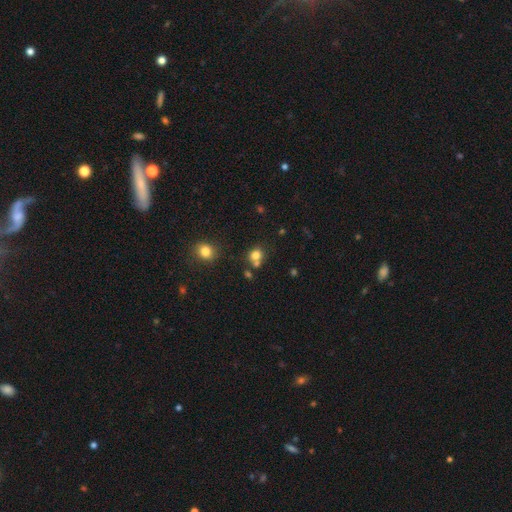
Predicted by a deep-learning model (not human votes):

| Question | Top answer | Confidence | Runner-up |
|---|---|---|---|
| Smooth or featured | smooth | 77% | star or artifact (14%) |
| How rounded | round | 78% | in between (21%) |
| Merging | none | 56% | merger (29%) |